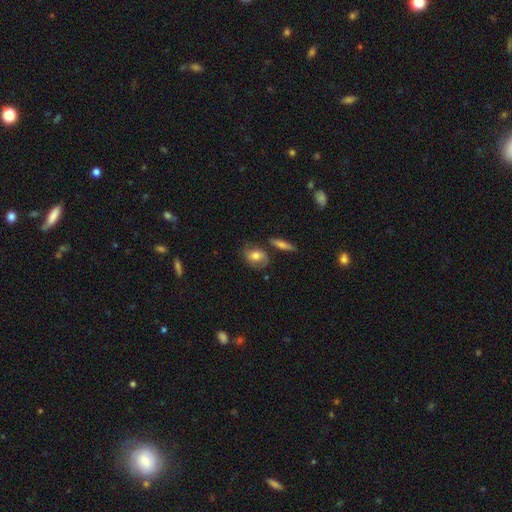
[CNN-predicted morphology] Smooth or featured: smooth — 53% (featured or disk — 39%)
How rounded: in between — 59% (round — 38%)
Merging: none — 69% (minor disturbance — 19%)